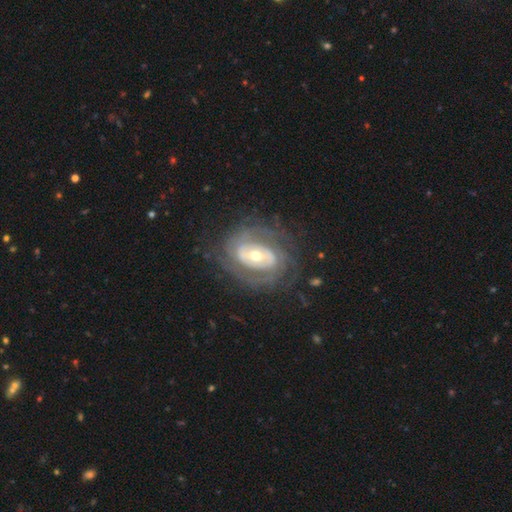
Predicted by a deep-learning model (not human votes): This is clearly a featured or disk galaxy (86%). It is clearly not viewed edge-on (96%). Bar: marginally no (42%). Spiral arm pattern: clearly yes (90%). Spiral arm count: marginally 2 (35%). Spiral winding: likely tight (65%). Central bulge: possibly moderate (57%). Merging: likely none (72%).